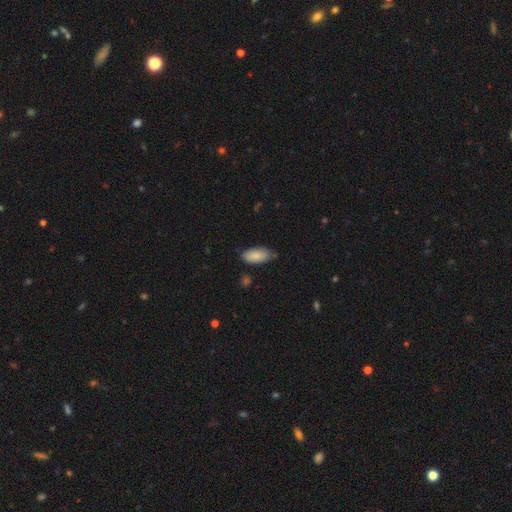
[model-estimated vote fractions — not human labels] Smooth or featured? Predicted: smooth (p=0.86). How rounded? Predicted: in between (p=0.90). Merging? Predicted: none (p=0.72).